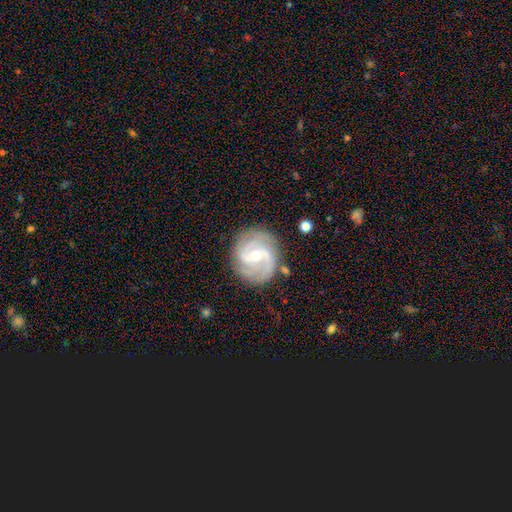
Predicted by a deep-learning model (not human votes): This appears to be a featured or disk galaxy (89%) with a weak bar (51%), 2 (54%) medium (48%) spiral arms (97%) and a small central bulge (53%). Merging: none (81%).